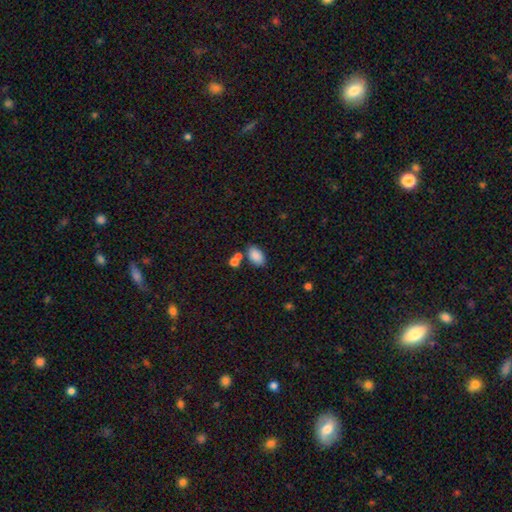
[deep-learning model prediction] smooth 87%, star or artifact 8%, featured or disk 5%. Down the decision tree: how rounded — in between (91%); merging — none (70%).